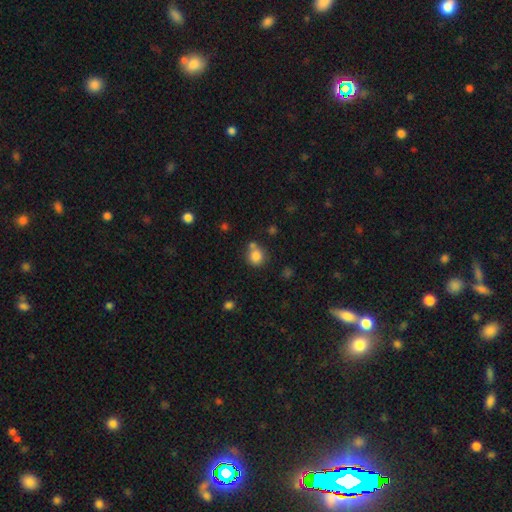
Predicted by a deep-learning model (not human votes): Smooth or featured? Predicted: smooth (p=0.83). How rounded? Predicted: round (p=0.86). Merging? Predicted: none (p=0.61).